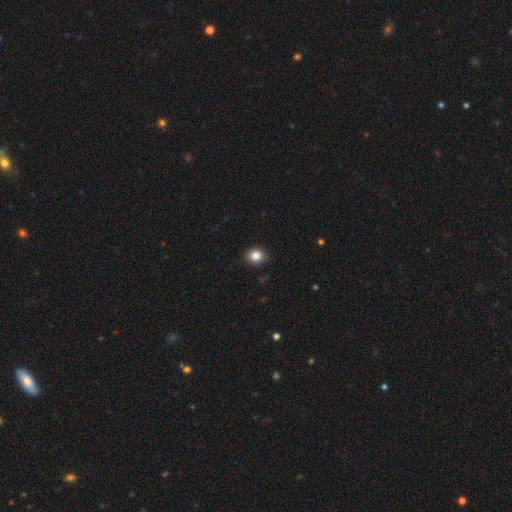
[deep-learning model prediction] The model was most divided on "how rounded": round: 76%, in between: 23%, cigar-shaped: 1%. More confident: merging — none (91%); smooth or featured — smooth (85%).